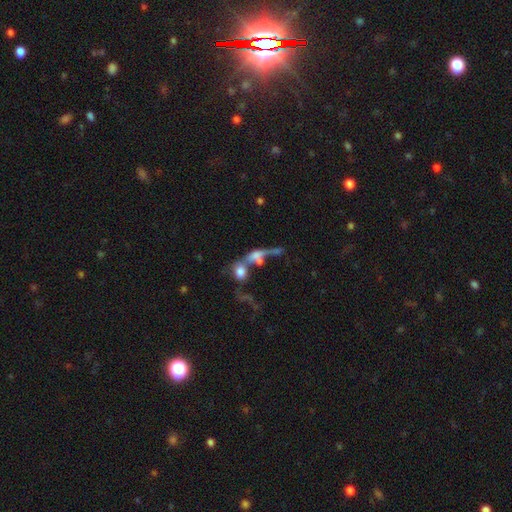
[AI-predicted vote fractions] Smooth or featured?
  - smooth: 44% *
  - featured or disk: 40%
  - star or artifact: 16%
Merging?
  - merger: 52% *
  - none: 22%
  - major disturbance: 17%
  - minor disturbance: 9%